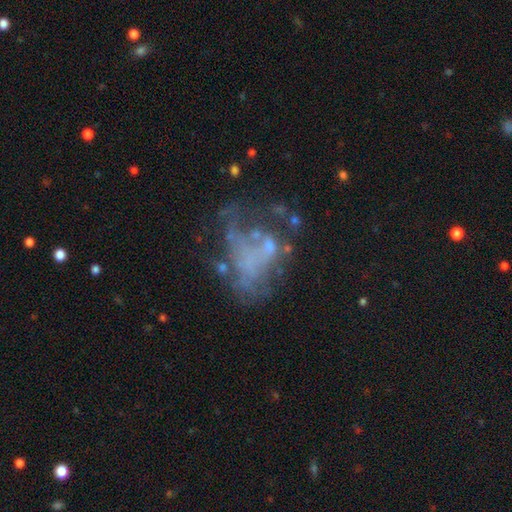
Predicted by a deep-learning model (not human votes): featured or disk 60%, smooth 20%, star or artifact 20%. Down the decision tree: edge-on disk — no (98%); bar — no (91%); spiral arms — no (87%); bulge size — none (79%); merging — major disturbance (39%).